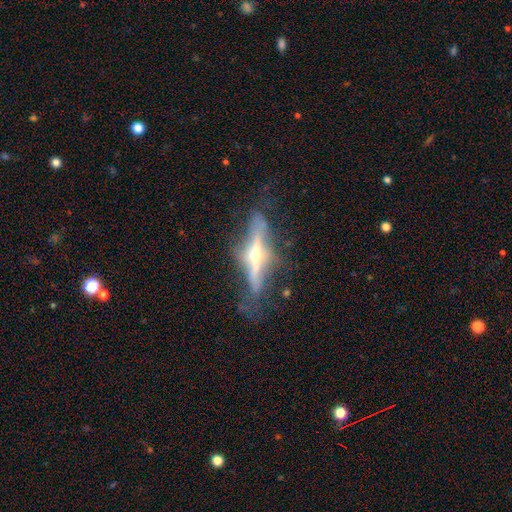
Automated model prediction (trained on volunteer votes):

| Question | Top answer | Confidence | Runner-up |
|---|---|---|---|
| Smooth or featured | featured or disk | 79% | smooth (14%) |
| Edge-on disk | yes | 89% | no (11%) |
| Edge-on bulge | rounded | 90% | none (5%) |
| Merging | none | 60% | minor disturbance (23%) |